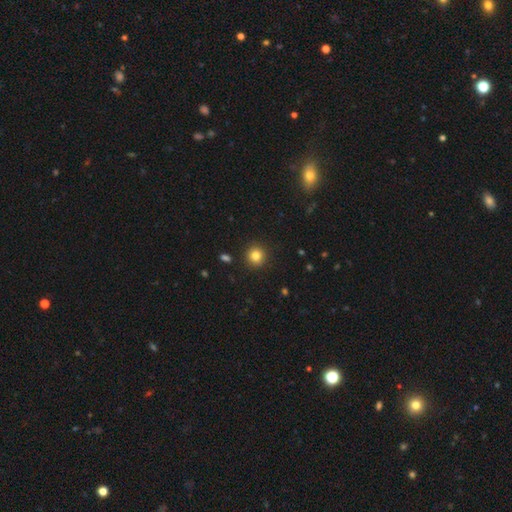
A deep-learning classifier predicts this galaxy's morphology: smooth-or-featured: smooth: 82% | star or artifact: 12% | featured or disk: 6%
  how-rounded: round: 92% | in between: 7% | cigar-shaped: 1%
  merging: none: 91% | minor disturbance: 5% | major disturbance: 2% | merger: 1%